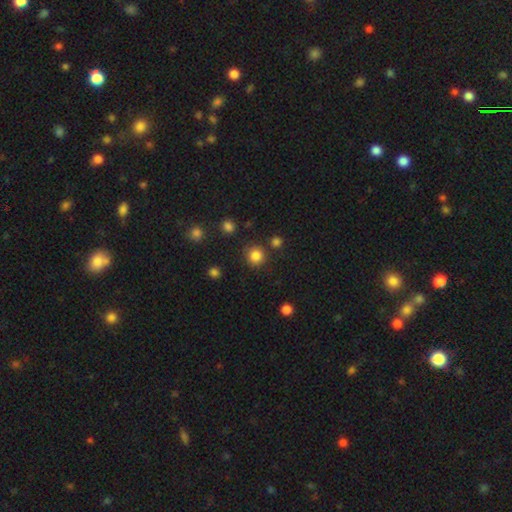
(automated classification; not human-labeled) smooth_or_featured: smooth (p=0.83) [alt: star or artifact p=0.13]
how_rounded: round (p=0.93) [alt: in between p=0.06]
merging: none (p=0.84) [alt: minor disturbance p=0.08]